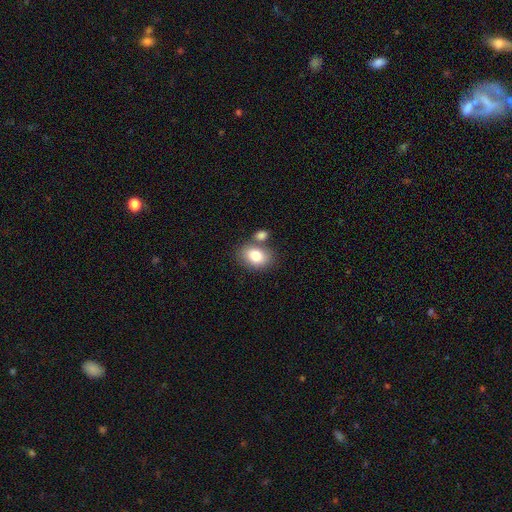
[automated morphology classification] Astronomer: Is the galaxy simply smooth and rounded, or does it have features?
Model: smooth — 80%.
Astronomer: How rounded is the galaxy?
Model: in between — 71%.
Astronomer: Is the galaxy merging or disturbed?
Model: none — 60%.